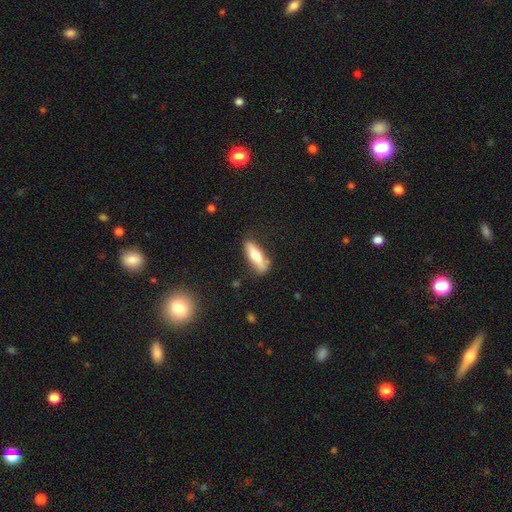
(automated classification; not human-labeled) Smooth or featured: smooth — 68% (featured or disk — 26%)
How rounded: cigar-shaped — 55% (in between — 43%)
Merging: none — 76% (minor disturbance — 17%)